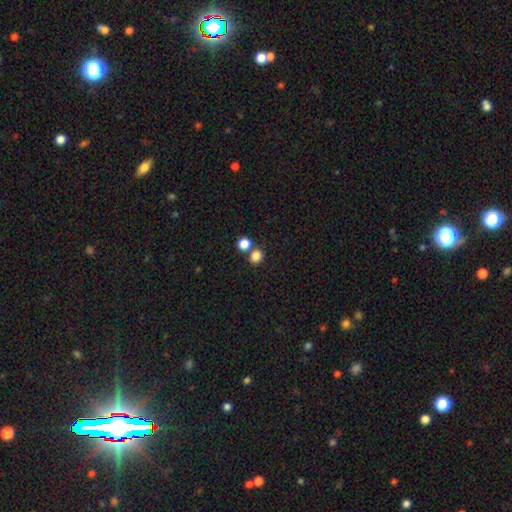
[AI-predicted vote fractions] Smooth or featured? Predicted: smooth (p=0.83). How rounded? Predicted: round (p=0.79). Merging? Predicted: none (p=0.64).